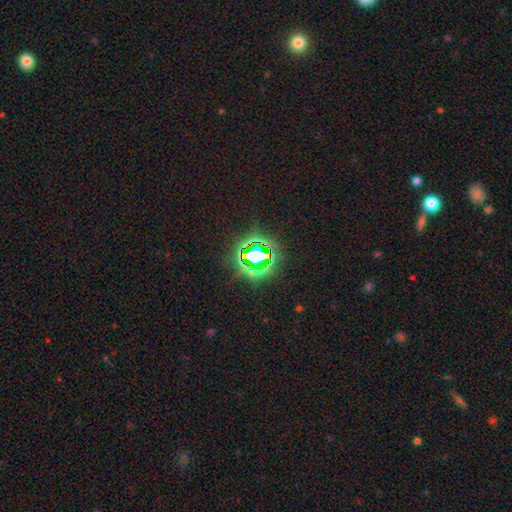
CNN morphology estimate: Smooth or featured?
  - star or artifact: 78% *
  - smooth: 12%
  - featured or disk: 10%